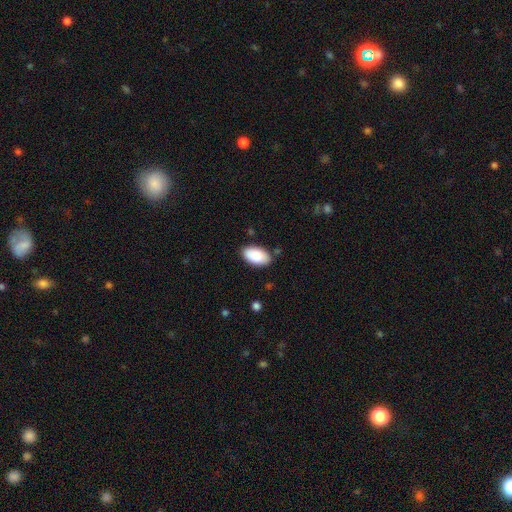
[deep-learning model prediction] smooth-or-featured: smooth: 88% | featured or disk: 6% | star or artifact: 6%
  how-rounded: in between: 96% | round: 3% | cigar-shaped: 2%
  merging: none: 85% | minor disturbance: 11% | major disturbance: 2% | merger: 2%